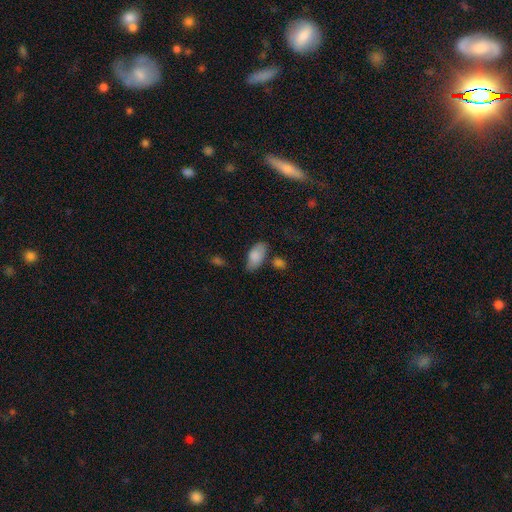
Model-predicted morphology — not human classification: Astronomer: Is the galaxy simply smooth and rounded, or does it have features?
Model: smooth — 83%.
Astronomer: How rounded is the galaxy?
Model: in between — 93%.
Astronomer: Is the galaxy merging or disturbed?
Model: none — 68%.